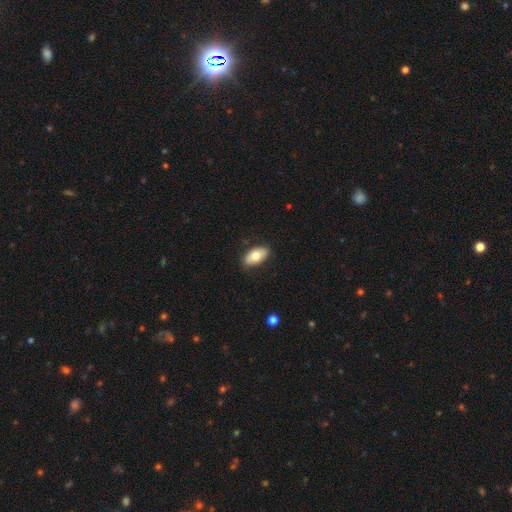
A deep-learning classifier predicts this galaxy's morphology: Smooth or featured? smooth (70%)
How rounded? in between (93%)
Merging? none (84%)